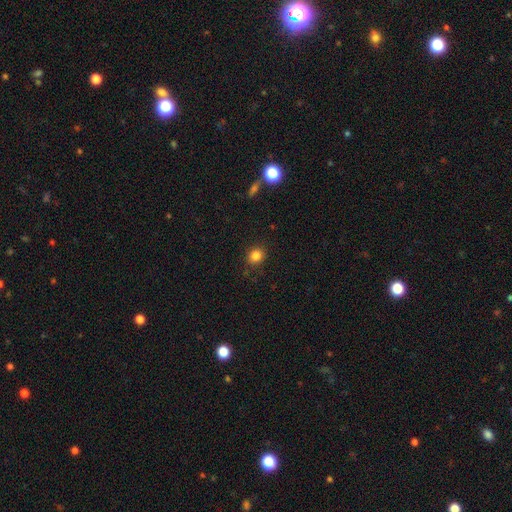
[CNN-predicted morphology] Smooth or featured: smooth — 84% (star or artifact — 11%)
How rounded: round — 78% (in between — 21%)
Merging: none — 87% (minor disturbance — 9%)